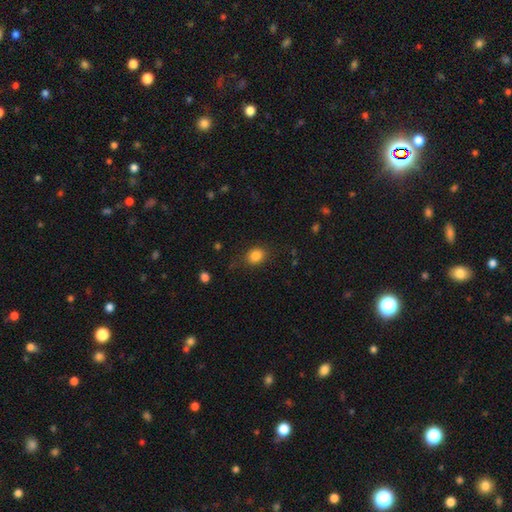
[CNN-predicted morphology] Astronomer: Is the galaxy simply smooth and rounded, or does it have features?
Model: smooth — 85%.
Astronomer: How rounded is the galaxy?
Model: round — 54% (runner-up: in between, 45%).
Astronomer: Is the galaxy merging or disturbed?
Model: none — 81%.